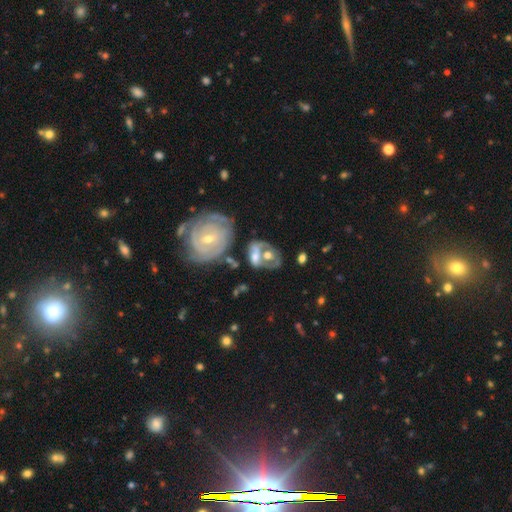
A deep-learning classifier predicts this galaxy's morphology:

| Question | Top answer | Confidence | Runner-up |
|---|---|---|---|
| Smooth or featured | featured or disk | 57% | smooth (35%) |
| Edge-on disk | no | 95% | yes (5%) |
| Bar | no | 65% | weak (24%) |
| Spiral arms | no | 53% | yes (47%) |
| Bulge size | moderate | 54% | small (28%) |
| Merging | merger | 43% | none (29%) |